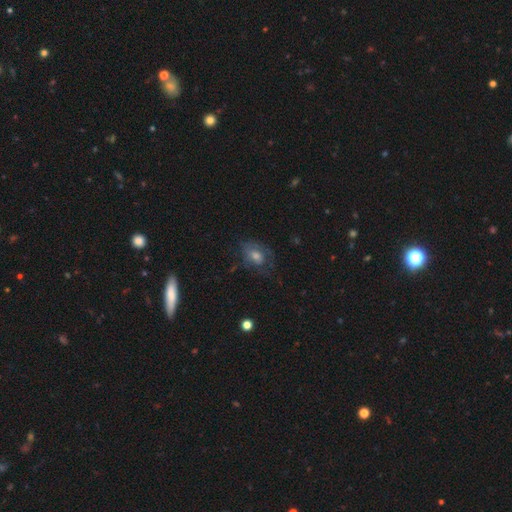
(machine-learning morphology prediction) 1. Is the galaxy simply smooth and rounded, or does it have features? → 48% featured or disk, 37% smooth, 15% star or artifact.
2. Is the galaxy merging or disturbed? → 61% none, 21% minor disturbance, 16% major disturbance, 2% merger.